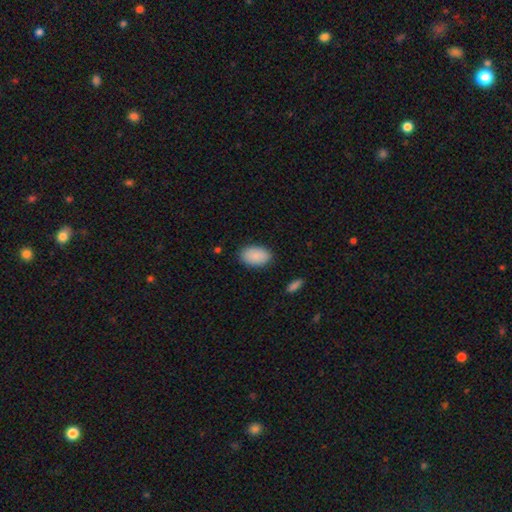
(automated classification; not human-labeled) smooth-or-featured: smooth: 89% | star or artifact: 6% | featured or disk: 5%
  how-rounded: in between: 93% | round: 6% | cigar-shaped: 1%
  merging: none: 86% | minor disturbance: 10% | major disturbance: 2% | merger: 1%